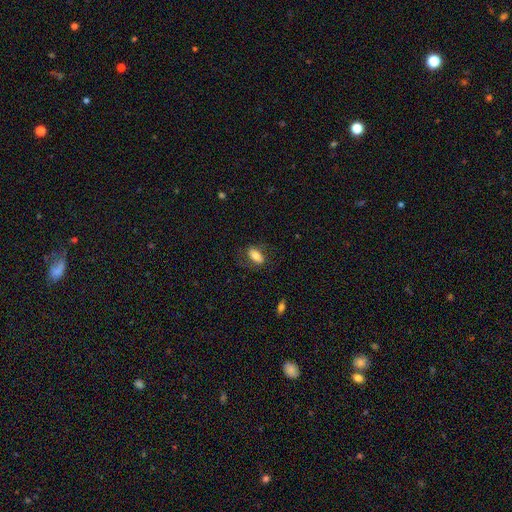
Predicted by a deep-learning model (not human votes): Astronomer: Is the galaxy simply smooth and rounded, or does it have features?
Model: smooth — 72%.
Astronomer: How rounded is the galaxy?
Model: in between — 88%.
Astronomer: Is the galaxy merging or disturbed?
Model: none — 69%.